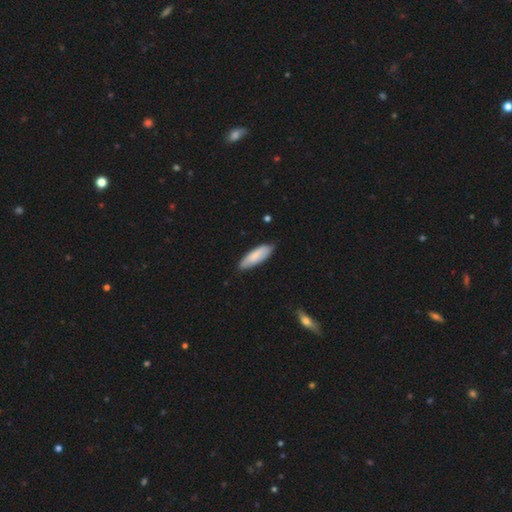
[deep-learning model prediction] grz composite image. It shows a smooth galaxy with no disk features (78%) that is in between round and cigar-shaped (58%). Merging: none (77%).